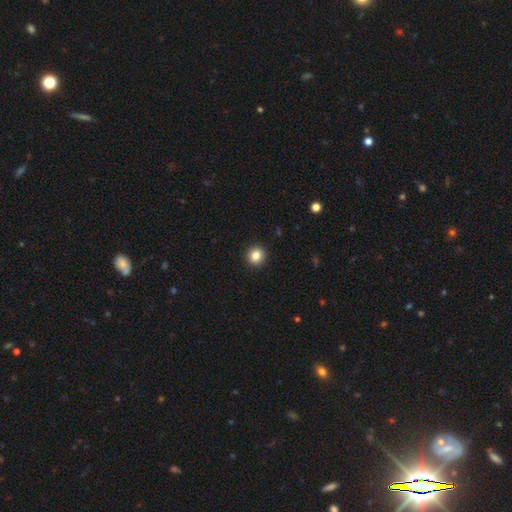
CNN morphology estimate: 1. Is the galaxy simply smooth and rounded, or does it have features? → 84% smooth, 10% star or artifact, 5% featured or disk.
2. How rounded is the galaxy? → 92% round, 7% in between, 1% cigar-shaped.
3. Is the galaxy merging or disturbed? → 93% none, 5% minor disturbance, 2% major disturbance, 1% merger.